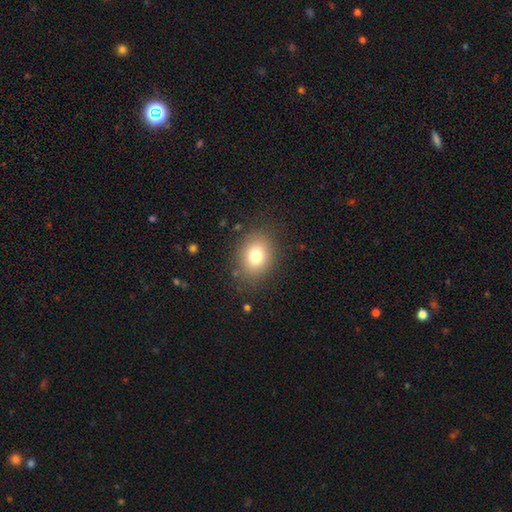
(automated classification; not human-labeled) This is likely a smooth galaxy (76%). How rounded: possibly round (50%). Merging: clearly none (84%).